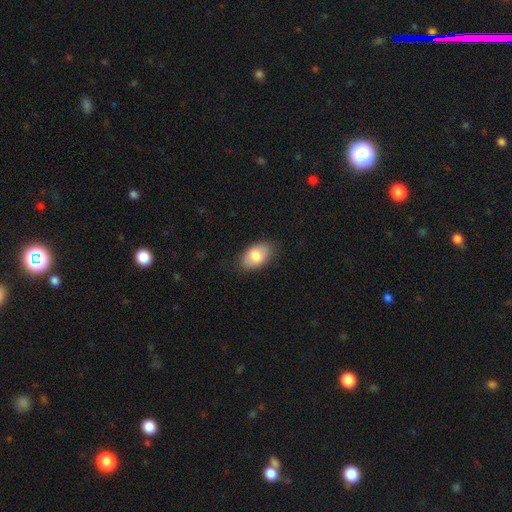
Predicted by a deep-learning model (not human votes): Smooth or featured? Predicted: smooth (p=0.78). How rounded? Predicted: in between (p=0.91). Merging? Predicted: none (p=0.82).